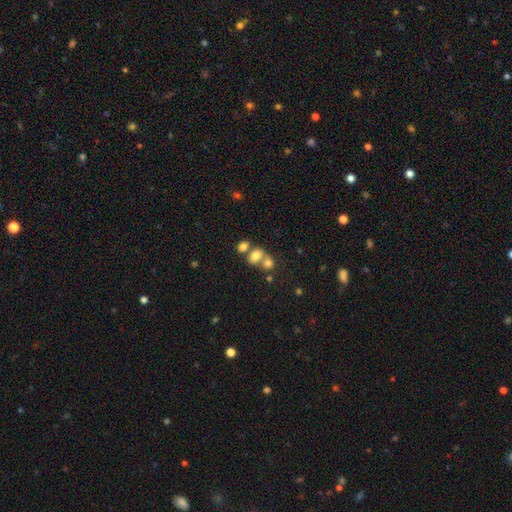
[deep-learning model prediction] Overall: smooth (75%). How rounded: in between (66%; round 32%). Merging: merger (56%; none 29%).